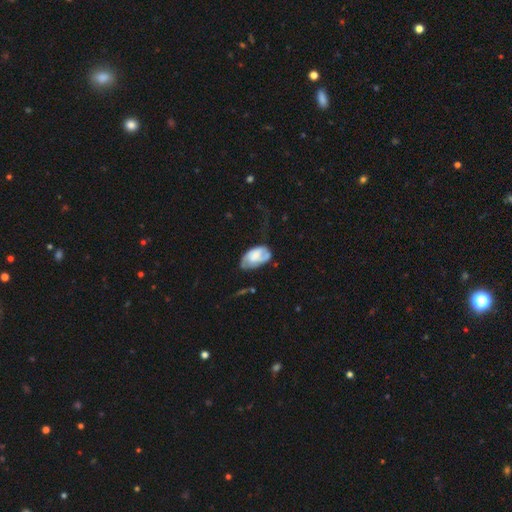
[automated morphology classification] A smooth galaxy with no disk features (49%). Merging: none (41%).